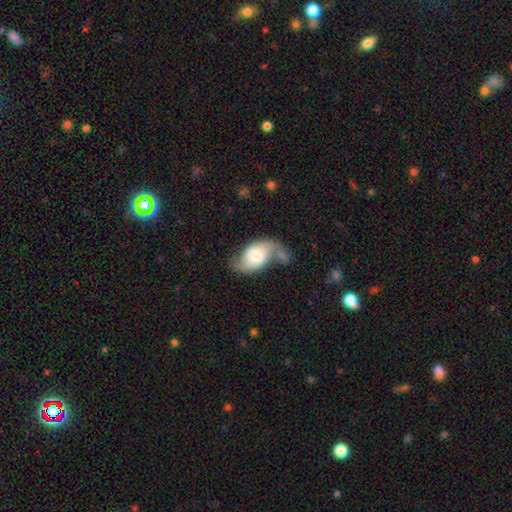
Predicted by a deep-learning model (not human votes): featured or disk 58%, smooth 35%, star or artifact 6%. Down the decision tree: edge-on disk — no (95%); bar — no (53%); spiral arms — yes (85%); bulge size — moderate (47%); merging — none (44%).